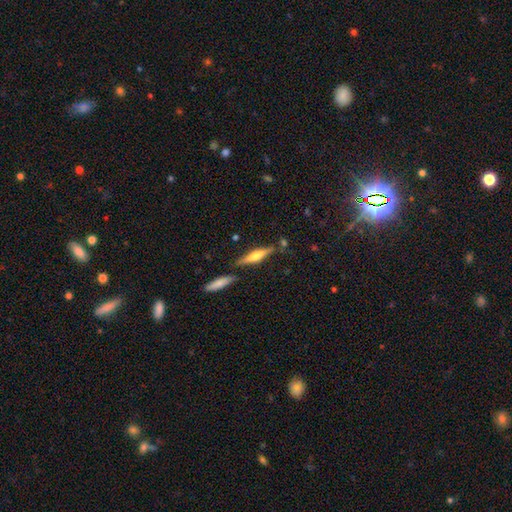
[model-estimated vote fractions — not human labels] smooth-or-featured: featured or disk: 52% | smooth: 42% | star or artifact: 6%
  disk-edge-on: yes: 94% | no: 6%
  merging: none: 75% | minor disturbance: 13% | merger: 10% | major disturbance: 3%